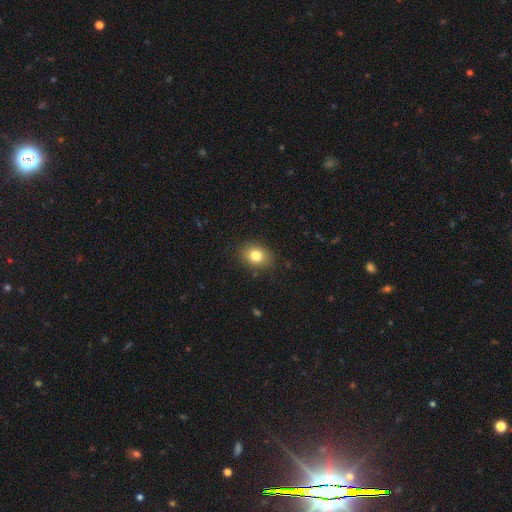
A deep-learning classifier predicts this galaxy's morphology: smooth_or_featured: smooth (p=0.82) [alt: star or artifact p=0.10]
how_rounded: in between (p=0.56) [alt: round p=0.43]
merging: none (p=0.85) [alt: minor disturbance p=0.11]